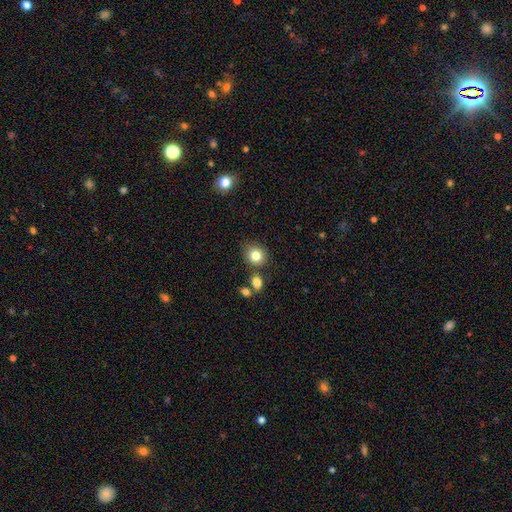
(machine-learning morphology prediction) Overall: smooth (82%). How rounded: round (82%). Merging: none (76%).